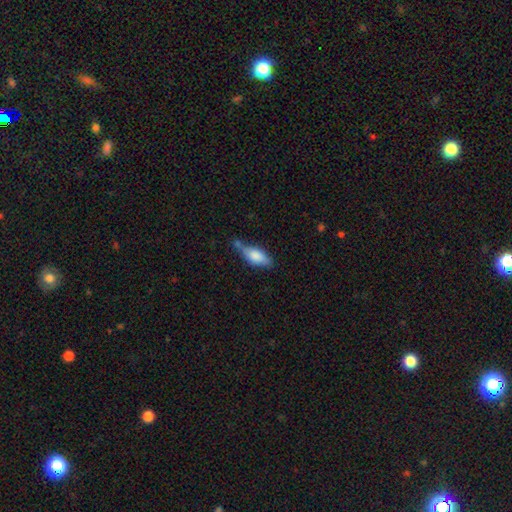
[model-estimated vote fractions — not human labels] Overall: smooth (72%). How rounded: in between (74%). Merging: none (43%; minor disturbance 31%).